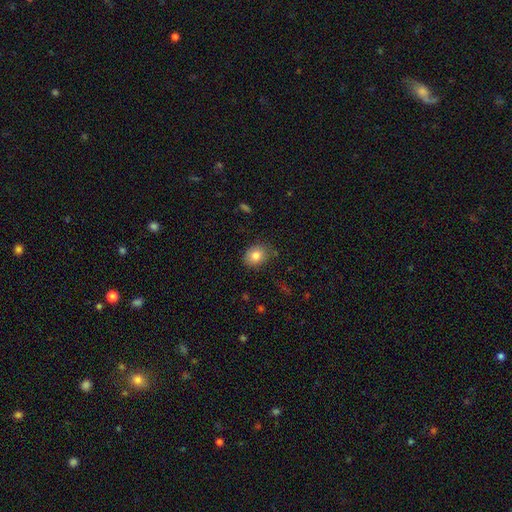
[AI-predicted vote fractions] This appears to be a smooth galaxy with no disk features (81%) that is in between round and cigar-shaped (52%). Merging: none (82%).